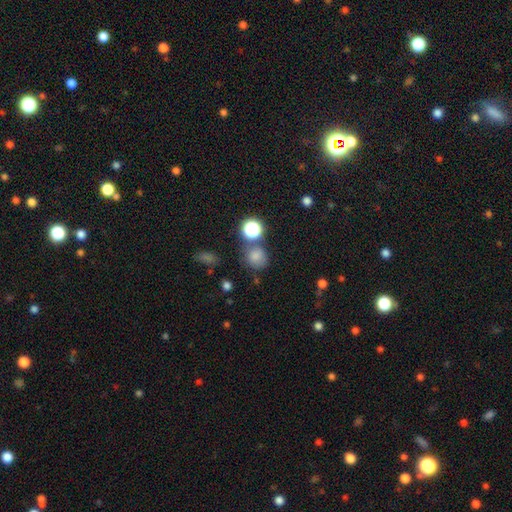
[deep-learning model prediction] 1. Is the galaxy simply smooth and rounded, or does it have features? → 75% smooth, 18% star or artifact, 7% featured or disk.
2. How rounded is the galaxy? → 84% round, 15% in between, 1% cigar-shaped.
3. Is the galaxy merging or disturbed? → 65% none, 15% merger, 14% minor disturbance, 6% major disturbance.